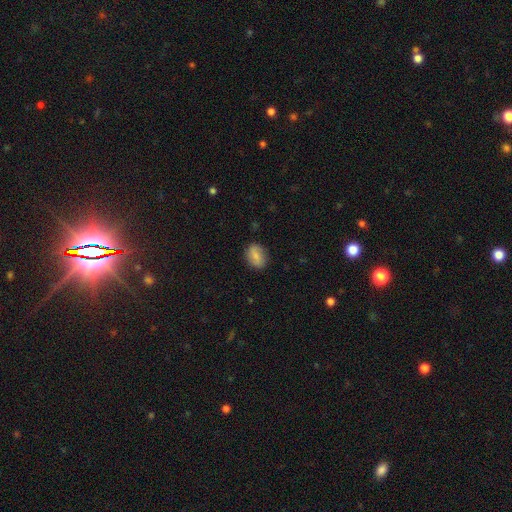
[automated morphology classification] Overall: smooth (75%). How rounded: in between (74%). Merging: none (84%).